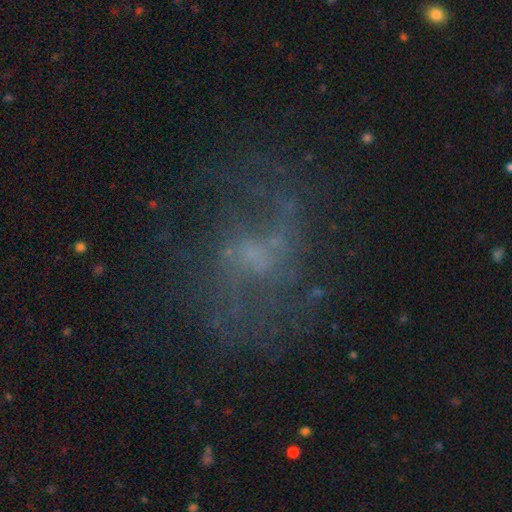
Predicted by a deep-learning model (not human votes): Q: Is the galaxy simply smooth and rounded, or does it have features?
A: featured or disk — 73%.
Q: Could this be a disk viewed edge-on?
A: no — 97%.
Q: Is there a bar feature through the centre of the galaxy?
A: weak — 50%.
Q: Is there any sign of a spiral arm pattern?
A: yes — 86%.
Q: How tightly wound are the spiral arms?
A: loose — 62%.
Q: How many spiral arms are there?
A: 2 — 79%.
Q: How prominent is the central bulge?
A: small — 45%.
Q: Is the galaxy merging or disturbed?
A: none — 64%.